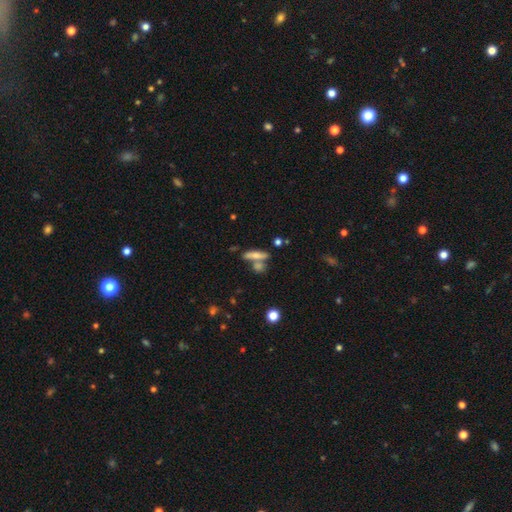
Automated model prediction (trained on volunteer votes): smooth 62%, featured or disk 28%, star or artifact 10%. Down the decision tree: how rounded — cigar-shaped (66%); merging — none (54%).